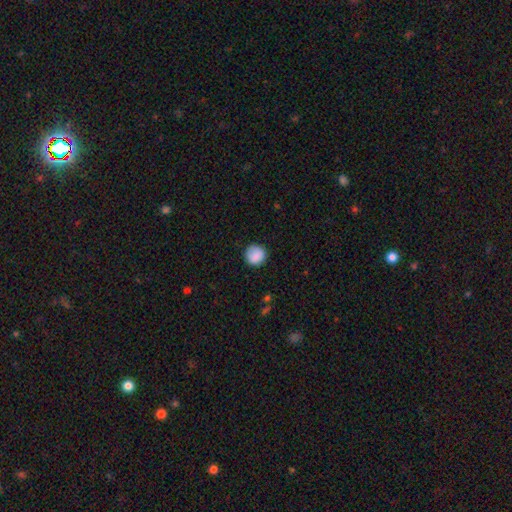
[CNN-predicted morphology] This is clearly a smooth galaxy (88%). How rounded: clearly round (92%). Merging: clearly none (86%).